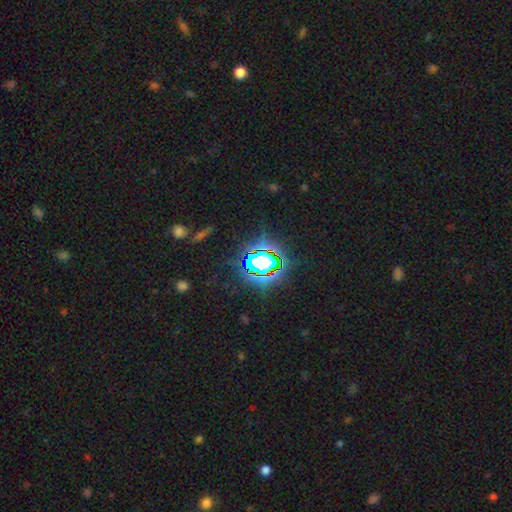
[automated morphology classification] Q: Smooth or featured?
A: star or artifact (74%); runner-up: smooth (15%)